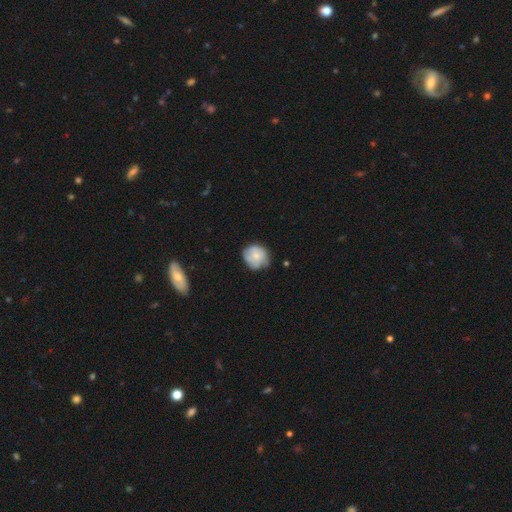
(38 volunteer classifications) This is possibly a smooth galaxy (47%). How rounded: likely round (78%). Merging: likely none (66%).